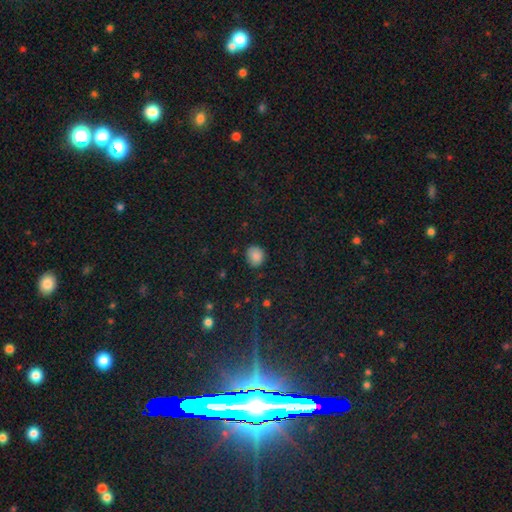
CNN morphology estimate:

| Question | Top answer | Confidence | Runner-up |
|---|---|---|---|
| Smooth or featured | smooth | 85% | star or artifact (10%) |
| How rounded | round | 76% | in between (23%) |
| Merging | none | 85% | minor disturbance (12%) |